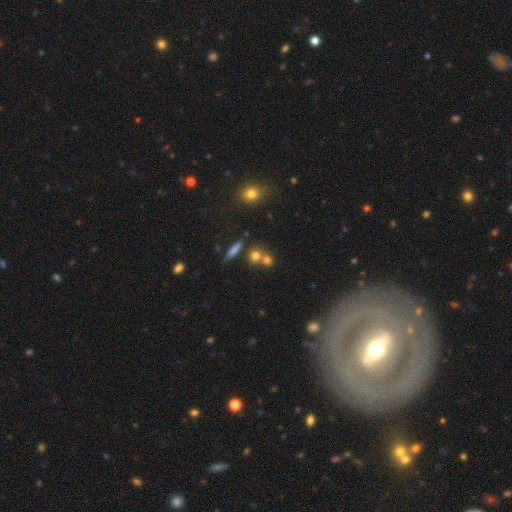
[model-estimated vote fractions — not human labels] This is likely a smooth galaxy (71%). How rounded: likely round (78%). Merging: possibly none (48%).